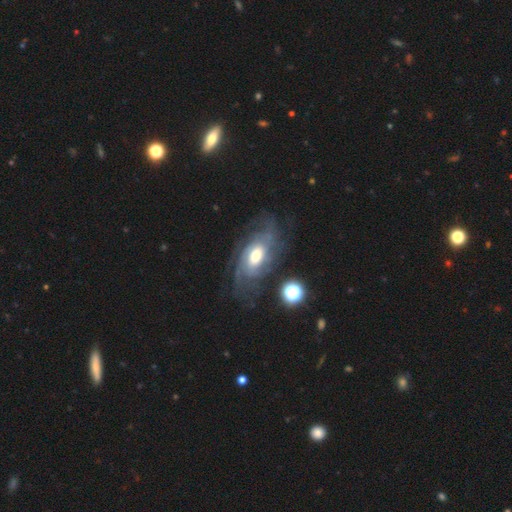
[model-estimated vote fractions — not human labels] Smooth or featured? Predicted: featured or disk (p=0.78). Edge-on disk? Predicted: no (p=0.95). Bar? Predicted: no (p=0.62). Spiral arms? Predicted: yes (p=0.90). Spiral winding? Predicted: tight (p=0.44). Spiral arm count? Predicted: can't tell (p=0.44). Bulge size? Predicted: moderate (p=0.53). Merging? Predicted: none (p=0.58).